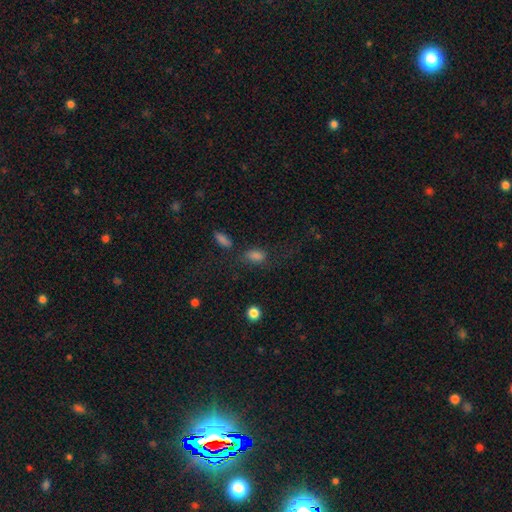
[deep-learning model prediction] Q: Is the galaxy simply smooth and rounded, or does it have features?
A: smooth — 75%.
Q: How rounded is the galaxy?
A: in between — 81%.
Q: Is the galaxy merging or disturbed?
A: none — 54%.